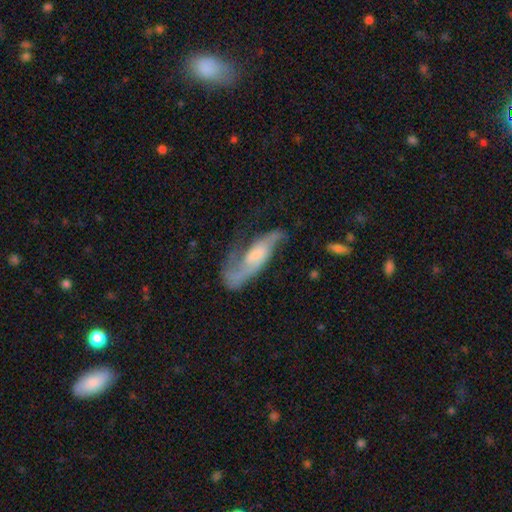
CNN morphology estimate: type=featured or disk (76%); edge-on=no (88%); bar=no (54%); spiral arms=yes (91%); winding=loose (49%); arm count=2 (74%); bulge=small (34%); merging=none (46%).